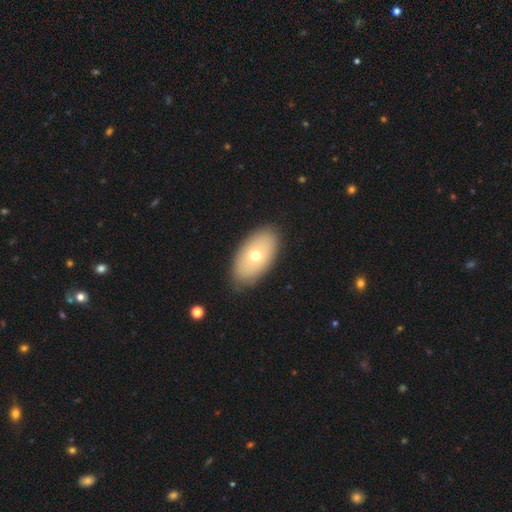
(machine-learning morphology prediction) This appears to be a smooth galaxy with no disk features (65%) that is in between round and cigar-shaped (93%). Merging: none (86%).